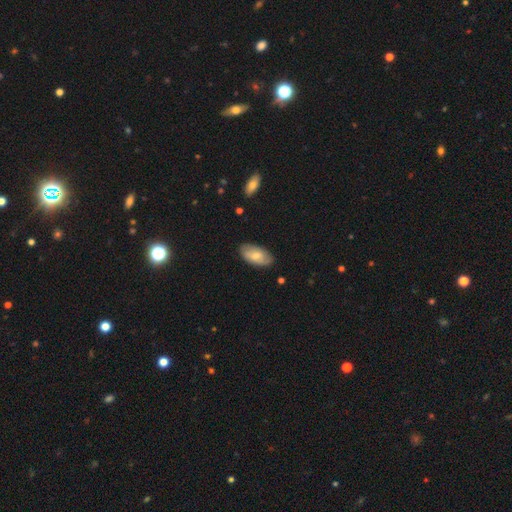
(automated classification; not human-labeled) Smooth or featured: smooth — 60% (featured or disk — 33%)
How rounded: in between — 94% (cigar-shaped — 3%)
Merging: none — 80% (minor disturbance — 16%)